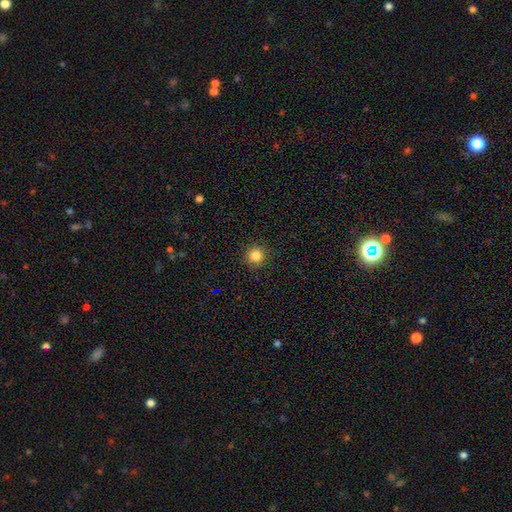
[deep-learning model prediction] Smooth or featured: smooth — 84% (star or artifact — 12%)
How rounded: round — 95% (in between — 4%)
Merging: none — 92% (minor disturbance — 5%)